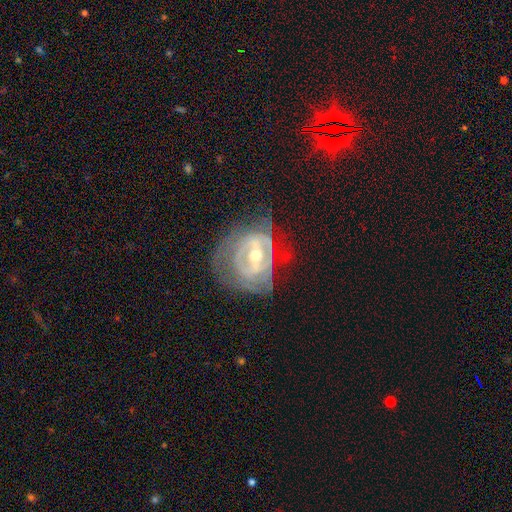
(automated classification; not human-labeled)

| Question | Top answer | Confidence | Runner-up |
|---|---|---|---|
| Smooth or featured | featured or disk | 82% | smooth (11%) |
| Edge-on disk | no | 95% | yes (5%) |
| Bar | strong | 40% | weak (39%) |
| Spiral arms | yes | 73% | no (27%) |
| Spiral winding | tight | 62% | medium (27%) |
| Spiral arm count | can't tell | 46% | 2 (29%) |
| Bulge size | moderate | 57% | small (38%) |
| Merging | none | 55% | minor disturbance (23%) |